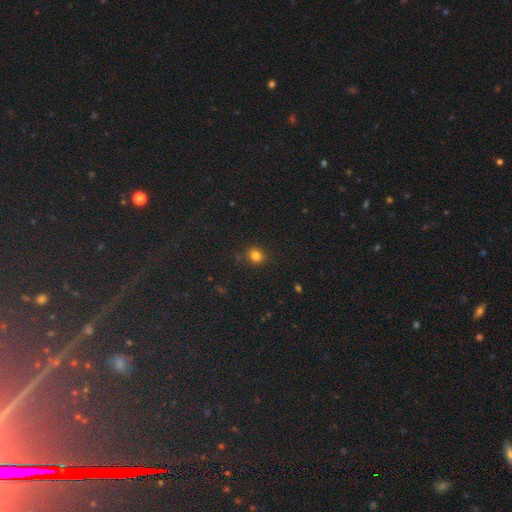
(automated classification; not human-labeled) Q: Smooth or featured?
A: smooth (81%); runner-up: star or artifact (14%)
Q: How rounded?
A: round (81%); runner-up: in between (18%)
Q: Merging?
A: none (86%); runner-up: minor disturbance (10%)